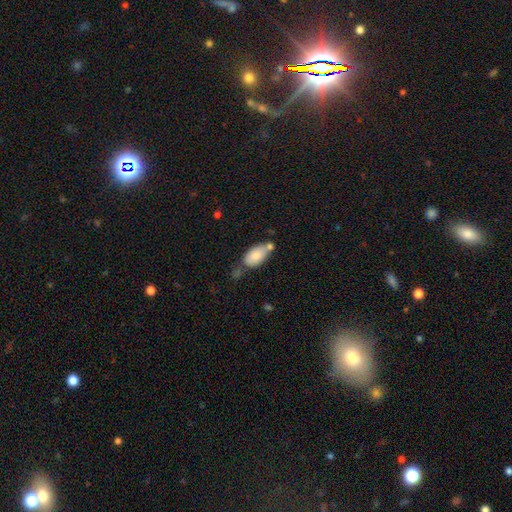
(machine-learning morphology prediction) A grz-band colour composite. It shows a smooth galaxy with no disk features (79%) that is in between round and cigar-shaped (93%). Merging: none (47%).